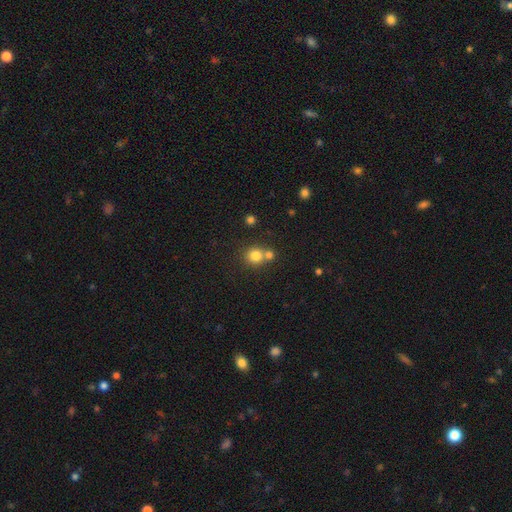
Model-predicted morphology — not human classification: Smooth or featured? smooth (80%)
How rounded? round (89%)
Merging? none (57%)